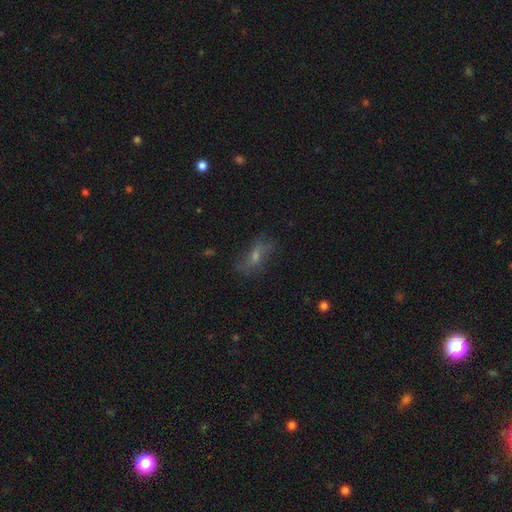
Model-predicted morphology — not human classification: Smooth or featured? Predicted: featured or disk (p=0.44). Merging? Predicted: none (p=0.67).